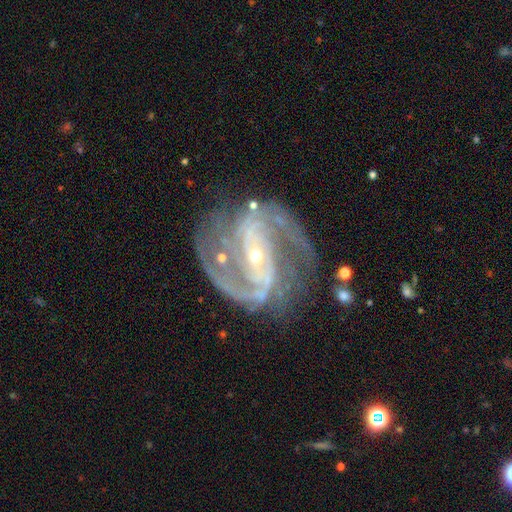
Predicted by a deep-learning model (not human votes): The model was most divided on "bar": strong: 44%, weak: 32%, no: 24%. More confident: spiral arms — yes (98%); edge-on disk — no (98%); smooth or featured — featured or disk (92%); spiral arm count — 2 (81%); bulge size — small (79%); merging — none (71%); spiral winding — medium (57%).